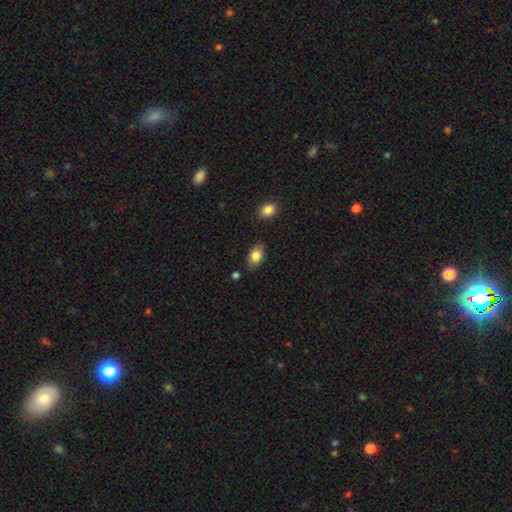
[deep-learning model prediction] smooth_or_featured: smooth (p=0.83) [alt: featured or disk p=0.09]
how_rounded: in between (p=0.86) [alt: round p=0.12]
merging: none (p=0.80) [alt: minor disturbance p=0.14]